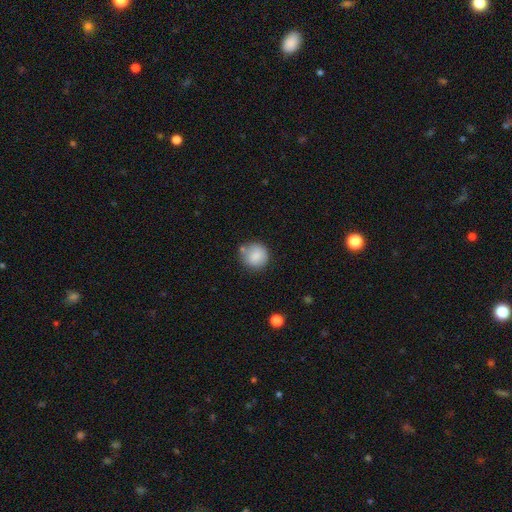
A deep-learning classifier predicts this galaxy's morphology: Smooth or featured: smooth — 84% (featured or disk — 8%)
How rounded: round — 91% (in between — 8%)
Merging: none — 72% (minor disturbance — 17%)